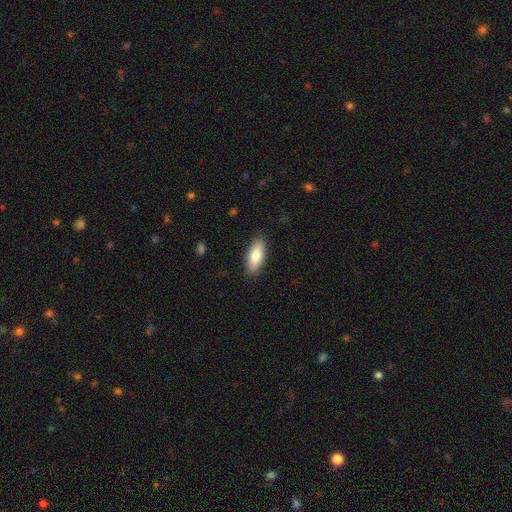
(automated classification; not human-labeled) Smooth or featured?
  - smooth: 79% *
  - featured or disk: 15%
  - star or artifact: 6%
How rounded?
  - in between: 78% *
  - cigar-shaped: 19%
  - round: 2%
Merging?
  - none: 88% *
  - minor disturbance: 9%
  - major disturbance: 2%
  - merger: 1%